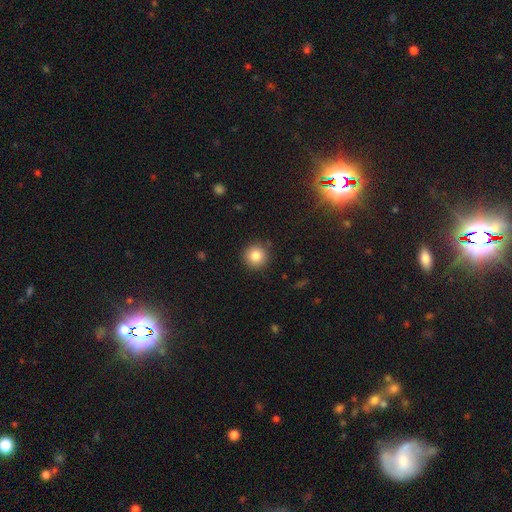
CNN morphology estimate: smooth_or_featured: smooth (p=0.83) [alt: star or artifact p=0.10]
how_rounded: round (p=0.95) [alt: in between p=0.04]
merging: none (p=0.90) [alt: minor disturbance p=0.06]